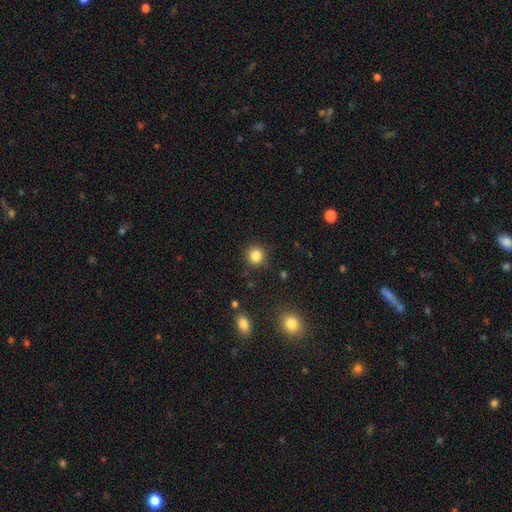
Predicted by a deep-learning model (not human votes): A smooth galaxy with no disk features (84%) that is round (92%).

Vote fractions:
- Smooth or featured? smooth: 84% / star or artifact: 11% / featured or disk: 5%
- How rounded? round: 92% / in between: 7% / cigar-shaped: 1%
- Merging? none: 88% / minor disturbance: 8% / major disturbance: 3% / merger: 2%